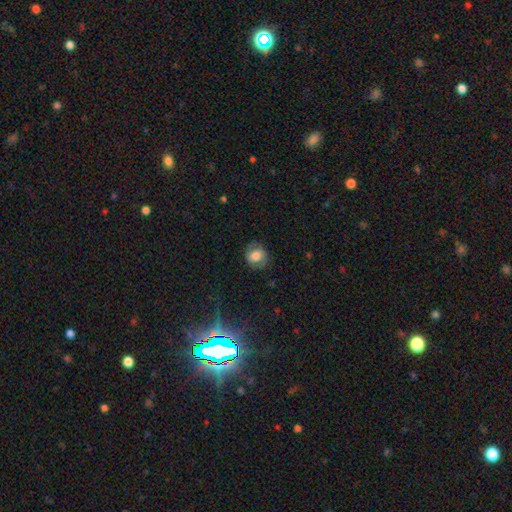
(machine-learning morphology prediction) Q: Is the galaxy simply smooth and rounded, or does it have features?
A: smooth — 54%.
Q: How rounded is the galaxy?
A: round — 70%.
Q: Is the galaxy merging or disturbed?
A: none — 78%.